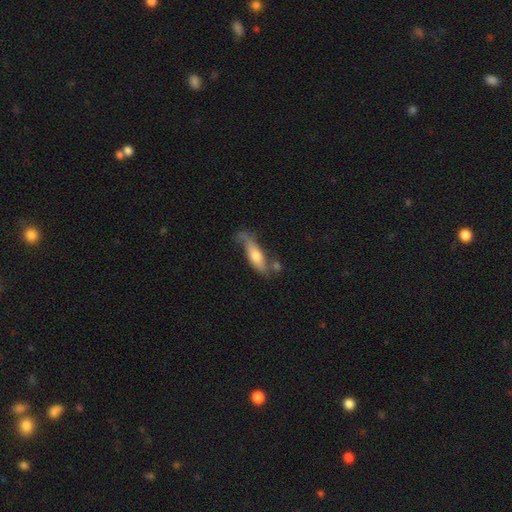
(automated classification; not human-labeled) smooth 55%, featured or disk 38%, star or artifact 6%. Down the decision tree: how rounded — cigar-shaped (54%); merging — none (46%).